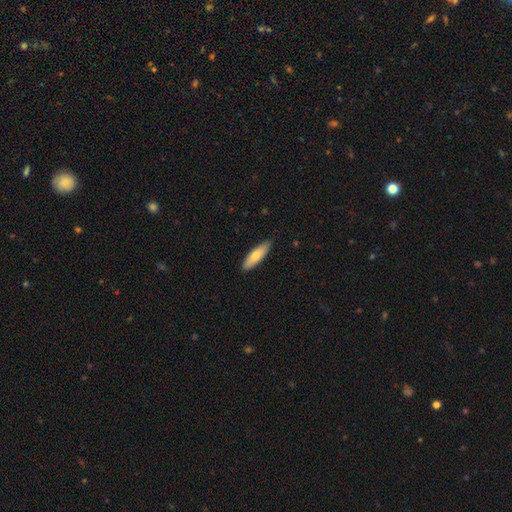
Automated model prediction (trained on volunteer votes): Overall: smooth (73%). How rounded: cigar-shaped (56%; in between 43%). Merging: none (86%).